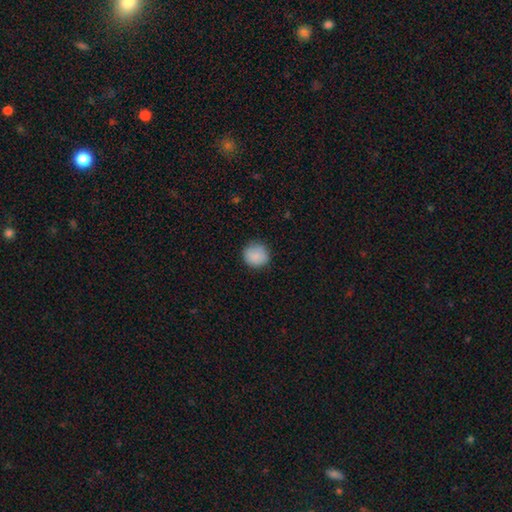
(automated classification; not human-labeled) Smooth or featured?
  - smooth: 87% *
  - star or artifact: 8%
  - featured or disk: 5%
How rounded?
  - round: 92% *
  - in between: 7%
  - cigar-shaped: 1%
Merging?
  - none: 85% *
  - minor disturbance: 11%
  - major disturbance: 3%
  - merger: 1%